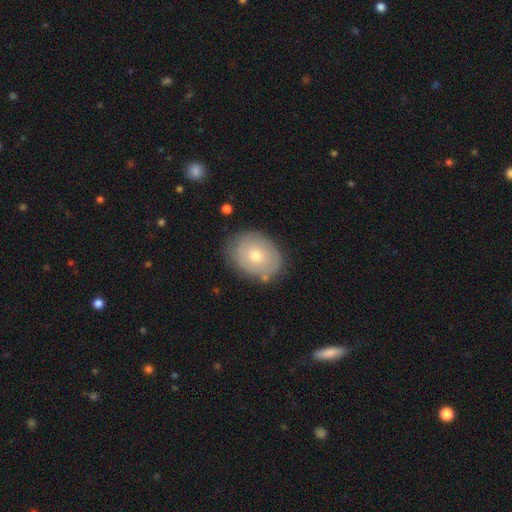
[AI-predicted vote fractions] The model was most divided on "smooth or featured": smooth: 55%, featured or disk: 37%, star or artifact: 8%. More confident: merging — none (79%); how rounded — in between (59%).